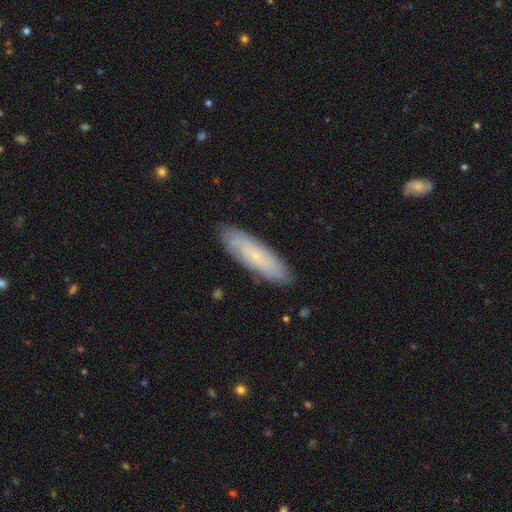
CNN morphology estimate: Smooth or featured? featured or disk (51%)
Edge-on disk? no (73%)
Merging? none (85%)